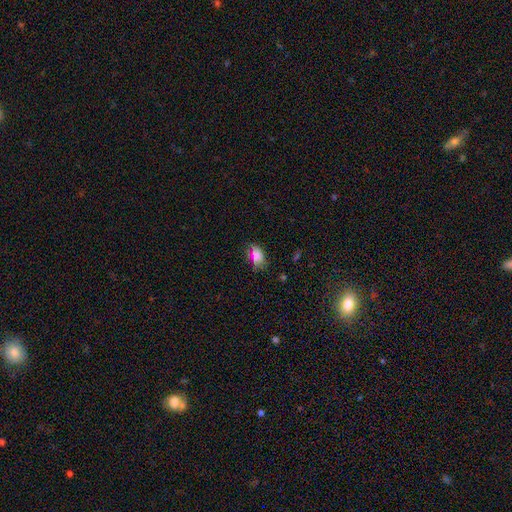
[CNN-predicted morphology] type=smooth (76%); roundness=in between (83%); merging=none (74%).